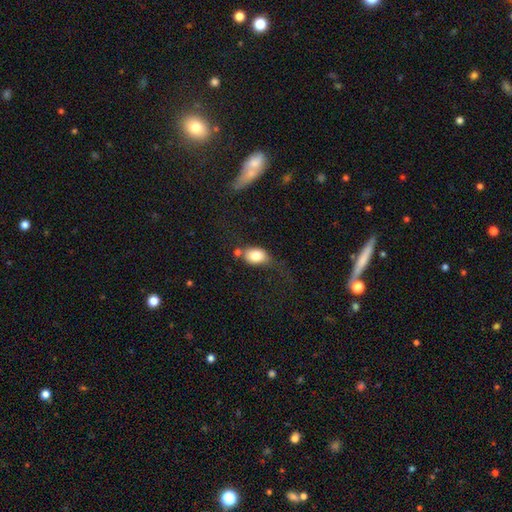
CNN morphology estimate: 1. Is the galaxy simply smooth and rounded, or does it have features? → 80% smooth, 12% featured or disk, 8% star or artifact.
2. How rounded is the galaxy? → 77% in between, 21% round, 2% cigar-shaped.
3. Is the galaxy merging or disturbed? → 44% none, 25% minor disturbance, 19% major disturbance, 12% merger.